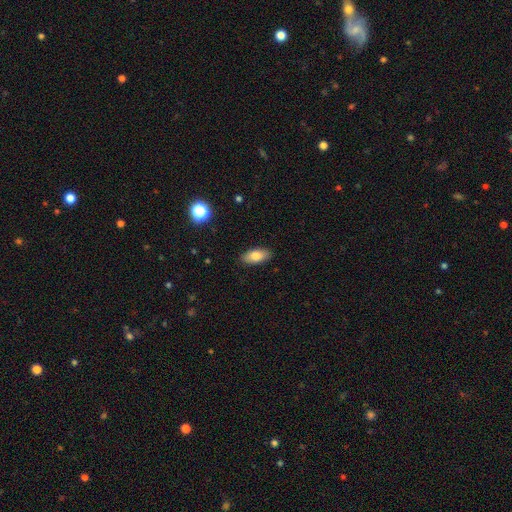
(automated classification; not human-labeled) Smooth or featured: smooth — 81% (featured or disk — 12%)
How rounded: in between — 88% (cigar-shaped — 8%)
Merging: none — 88% (minor disturbance — 9%)